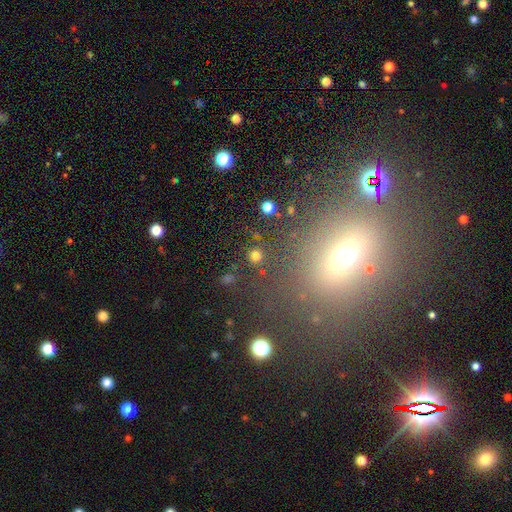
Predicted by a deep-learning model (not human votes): Smooth or featured: smooth — 78% (star or artifact — 17%)
How rounded: round — 94% (in between — 5%)
Merging: none — 86% (minor disturbance — 6%)